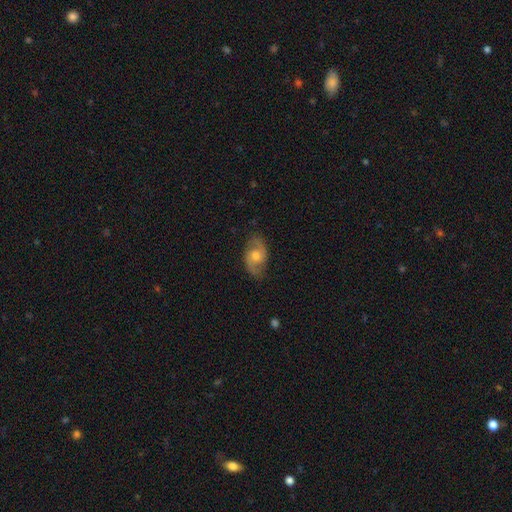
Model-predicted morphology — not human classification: Smooth or featured: featured or disk — 74% (smooth — 20%)
Edge-on disk: no — 96% (yes — 4%)
Bar: no — 60% (weak — 35%)
Spiral arms: yes — 91% (no — 9%)
Spiral winding: medium — 51% (loose — 29%)
Spiral arm count: 2 — 90% (can't tell — 5%)
Bulge size: moderate — 68% (small — 22%)
Merging: none — 81% (minor disturbance — 14%)